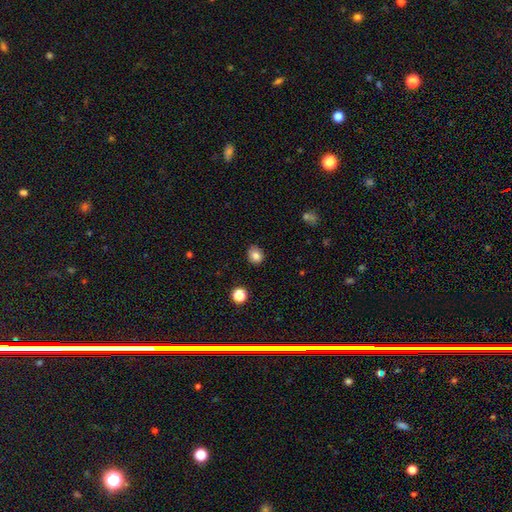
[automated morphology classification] Smooth or featured: smooth — 82% (star or artifact — 11%)
How rounded: round — 76% (in between — 23%)
Merging: none — 85% (minor disturbance — 11%)